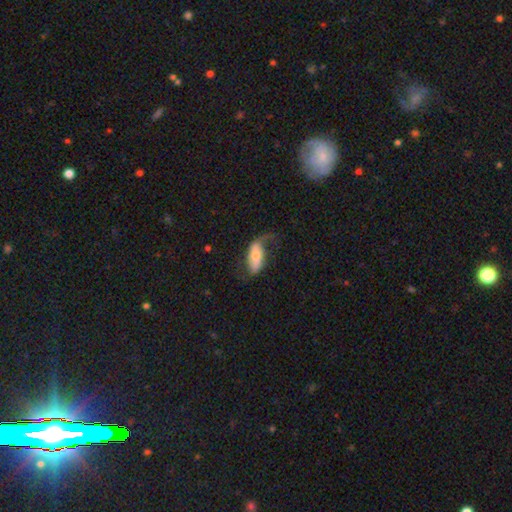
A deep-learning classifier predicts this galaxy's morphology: A featured or disk galaxy (54%).

Vote fractions:
- Smooth or featured? featured or disk: 54% / smooth: 39% / star or artifact: 6%
- Edge-on disk? no: 86% / yes: 14%
- Merging? none: 44% / major disturbance: 28% / minor disturbance: 26% / merger: 3%